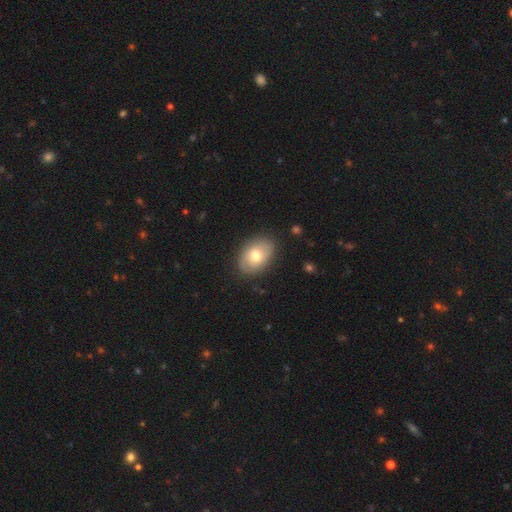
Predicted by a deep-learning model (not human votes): A smooth galaxy with no disk features (66%) that is in between round and cigar-shaped (82%). Merging: none (82%).